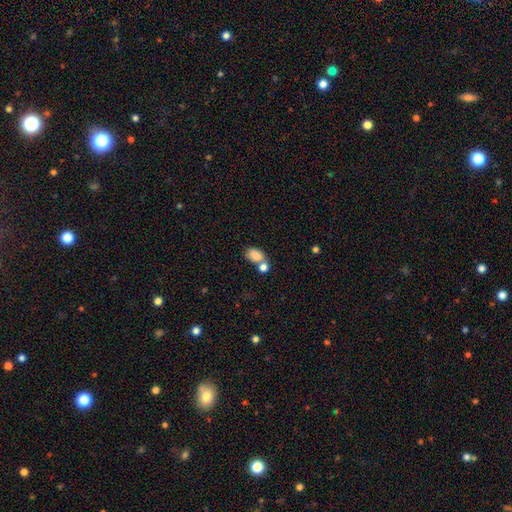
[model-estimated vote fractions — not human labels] This is clearly a smooth galaxy (83%). How rounded: clearly in between (83%). Merging: marginally merger (42%).